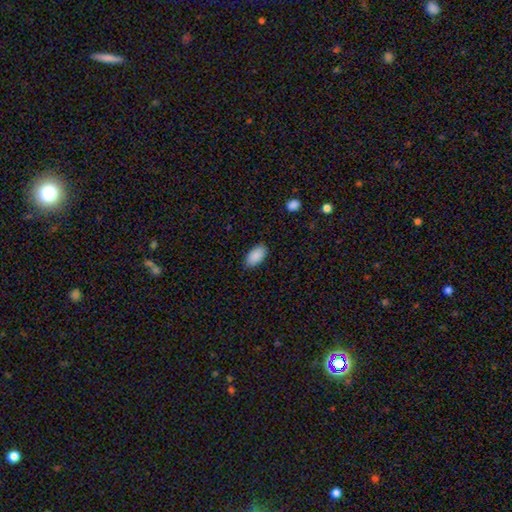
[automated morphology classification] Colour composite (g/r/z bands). It shows a smooth galaxy with no disk features (90%) that is in between round and cigar-shaped (95%). Merging: none (85%).